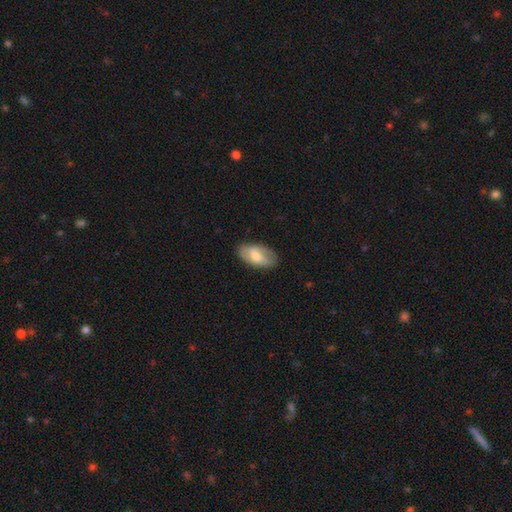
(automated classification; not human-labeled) Morphology: type=smooth (51%); roundness=in between (92%); merging=none (76%).